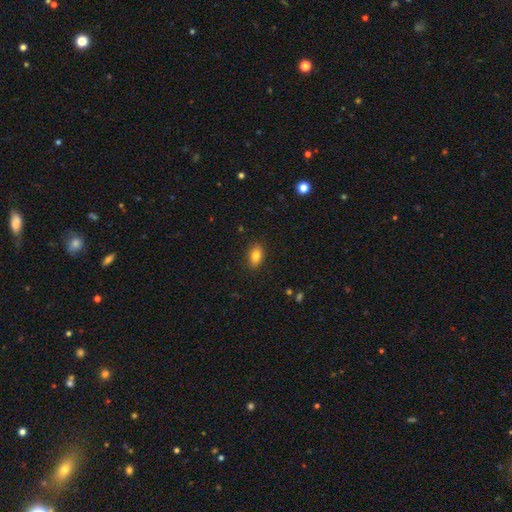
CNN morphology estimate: Smooth or featured?
  - smooth: 81% *
  - featured or disk: 10%
  - star or artifact: 9%
How rounded?
  - in between: 86% *
  - round: 10%
  - cigar-shaped: 4%
Merging?
  - none: 88% *
  - minor disturbance: 9%
  - major disturbance: 2%
  - merger: 1%